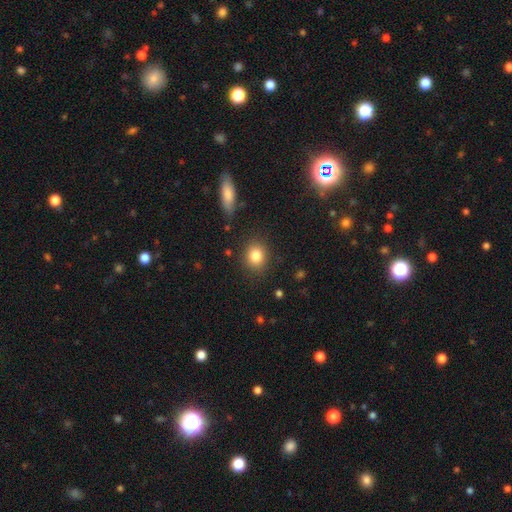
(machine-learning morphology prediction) Smooth or featured? smooth (83%)
How rounded? round (66%)
Merging? none (86%)